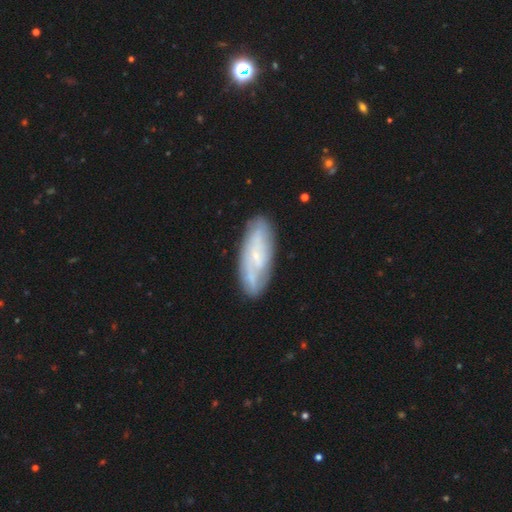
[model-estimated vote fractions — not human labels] The model was most divided on "smooth or featured": featured or disk: 58%, smooth: 35%, star or artifact: 7%. More confident: edge-on disk — no (83%); merging — none (78%).